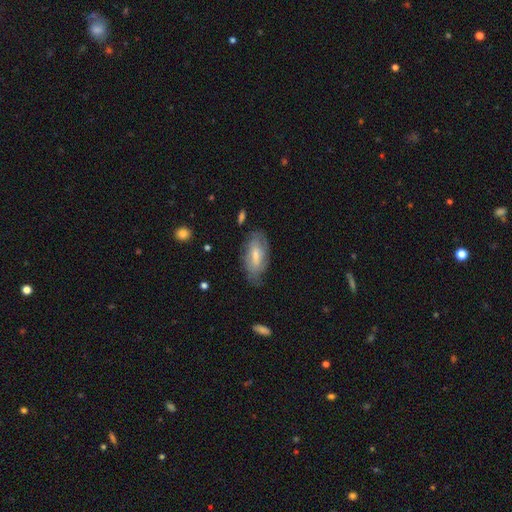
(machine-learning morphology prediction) type=smooth (48%); merging=none (66%).